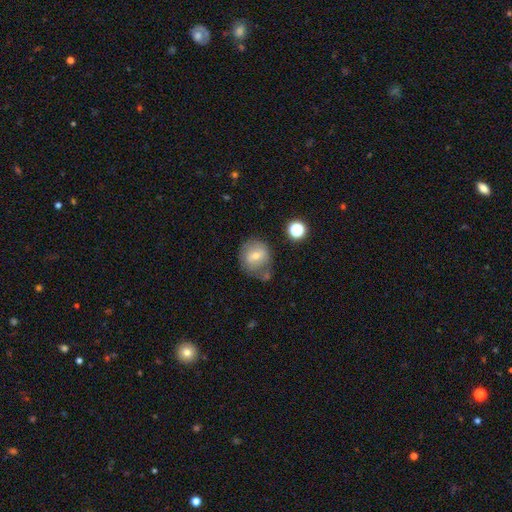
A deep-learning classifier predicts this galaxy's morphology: A smooth galaxy with no disk features (61%) that is round (79%). Merging: none (58%).